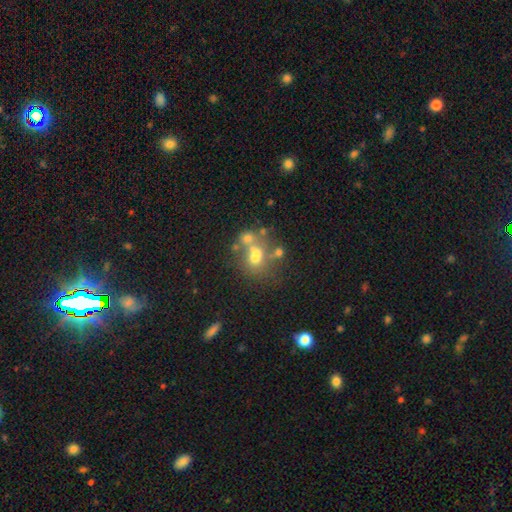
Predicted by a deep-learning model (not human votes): A smooth galaxy with no disk features (53%) that is round (56%).

Vote fractions:
- Smooth or featured? smooth: 53% / featured or disk: 28% / star or artifact: 19%
- How rounded? round: 56% / in between: 42% / cigar-shaped: 1%
- Merging? merger: 40% / none: 37% / minor disturbance: 12% / major disturbance: 10%